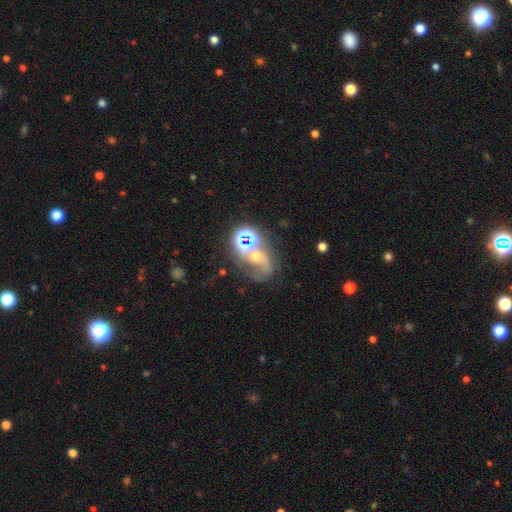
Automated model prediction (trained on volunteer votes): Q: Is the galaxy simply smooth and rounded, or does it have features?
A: featured or disk — 50%.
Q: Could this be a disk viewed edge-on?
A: no — 96%.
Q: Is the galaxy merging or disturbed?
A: none — 40%.